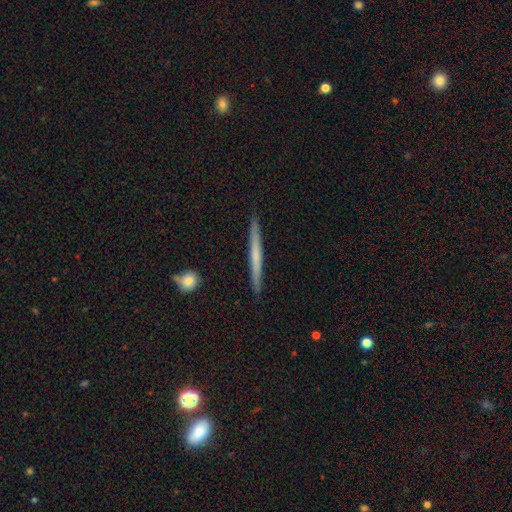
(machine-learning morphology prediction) Smooth or featured?
  - featured or disk: 48% *
  - smooth: 46%
  - star or artifact: 6%
Merging?
  - none: 91% *
  - minor disturbance: 6%
  - merger: 1%
  - major disturbance: 1%